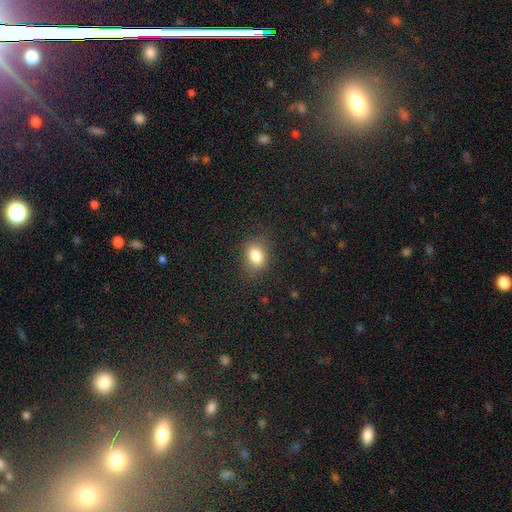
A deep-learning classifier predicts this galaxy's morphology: Smooth or featured: smooth — 82% (star or artifact — 11%)
How rounded: in between — 70% (round — 29%)
Merging: none — 81% (minor disturbance — 13%)